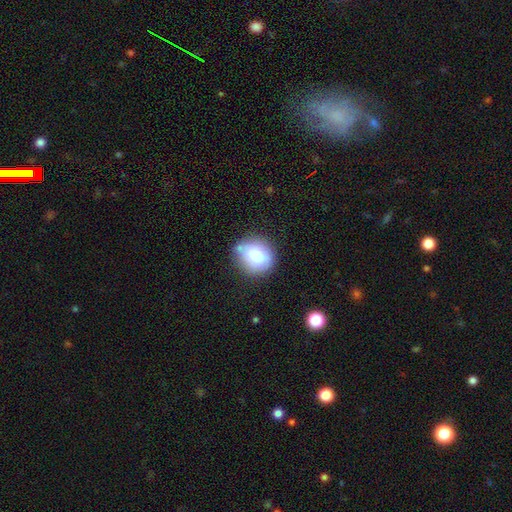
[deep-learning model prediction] smooth_or_featured: smooth (p=0.79) [alt: featured or disk p=0.12]
how_rounded: round (p=0.78) [alt: in between p=0.21]
merging: none (p=0.72) [alt: minor disturbance p=0.17]